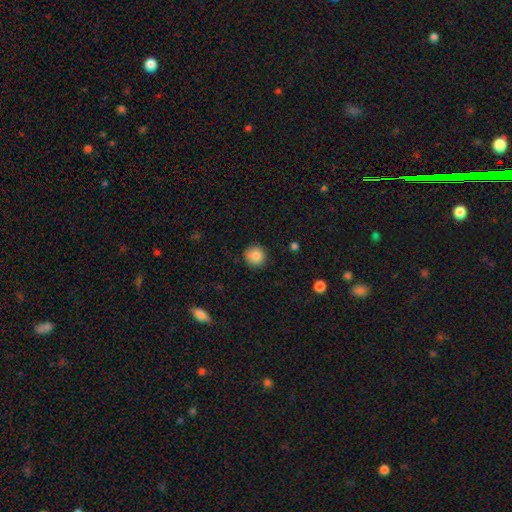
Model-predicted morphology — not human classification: smooth 86%, star or artifact 9%, featured or disk 5%. Down the decision tree: how rounded — round (93%); merging — none (89%).